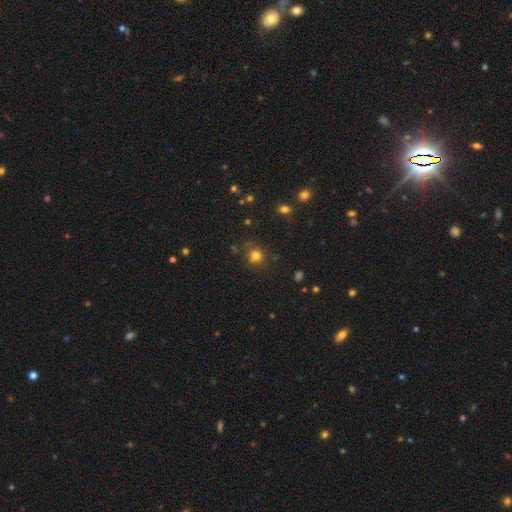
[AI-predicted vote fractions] smooth_or_featured: smooth (p=0.76) [alt: star or artifact p=0.18]
how_rounded: round (p=0.86) [alt: in between p=0.13]
merging: none (p=0.74) [alt: minor disturbance p=0.13]